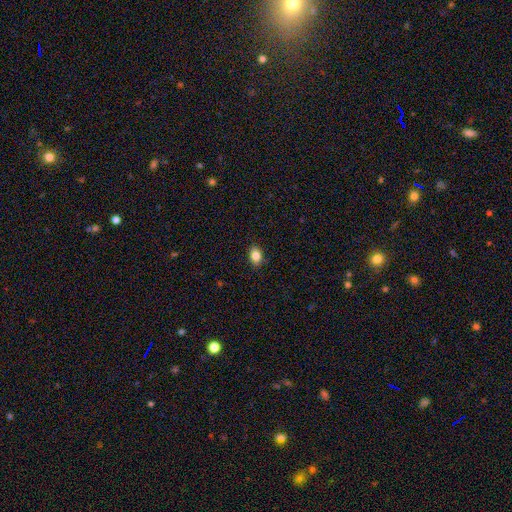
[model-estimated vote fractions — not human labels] Overall: smooth (84%). How rounded: in between (79%). Merging: none (87%).